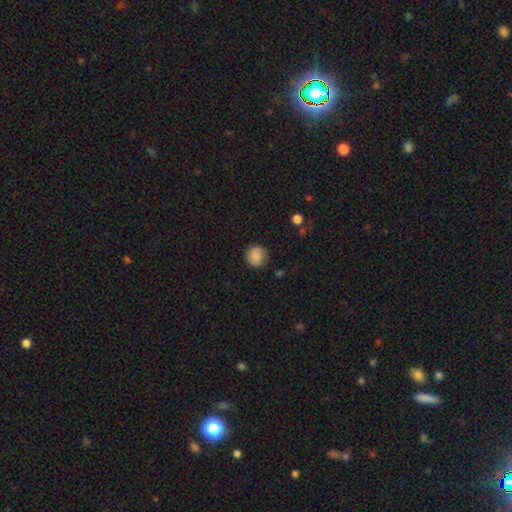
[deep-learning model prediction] Smooth or featured?
  - smooth: 80% *
  - featured or disk: 12%
  - star or artifact: 8%
How rounded?
  - round: 87% *
  - in between: 12%
  - cigar-shaped: 1%
Merging?
  - none: 78% *
  - minor disturbance: 16%
  - major disturbance: 4%
  - merger: 1%